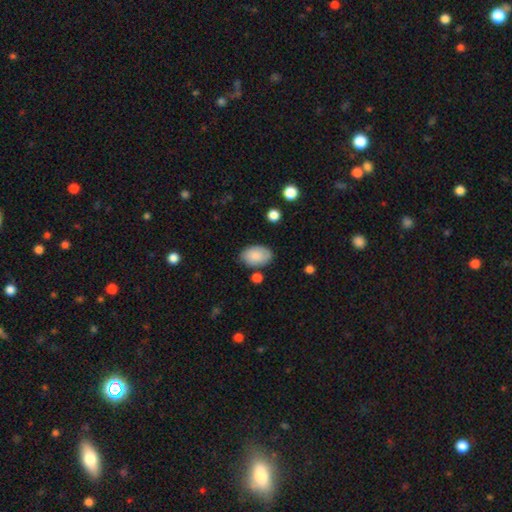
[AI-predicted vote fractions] This is clearly a smooth galaxy (85%). How rounded: clearly in between (90%). Merging: likely none (77%).